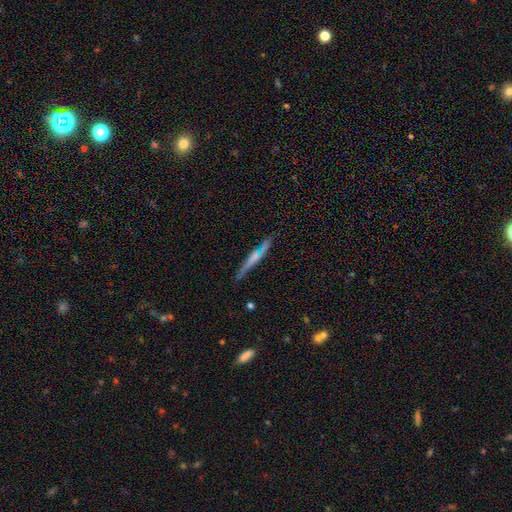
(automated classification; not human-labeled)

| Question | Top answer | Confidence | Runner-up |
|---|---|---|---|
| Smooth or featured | featured or disk | 54% | smooth (39%) |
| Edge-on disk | yes | 95% | no (5%) |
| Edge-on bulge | none | 47% | rounded (41%) |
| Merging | none | 77% | minor disturbance (15%) |